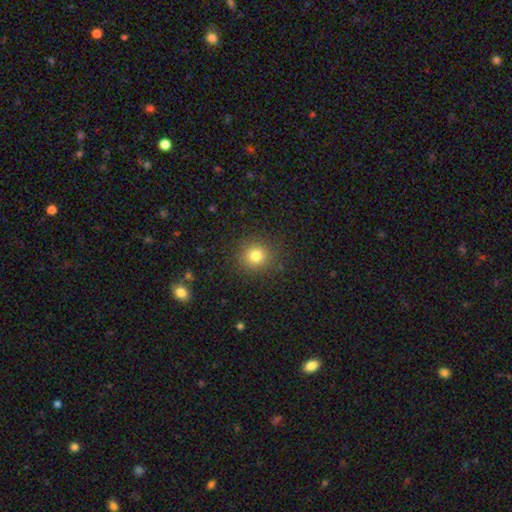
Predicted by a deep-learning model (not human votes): Smooth or featured?
  - smooth: 80% *
  - star or artifact: 14%
  - featured or disk: 6%
How rounded?
  - round: 91% *
  - in between: 8%
  - cigar-shaped: 1%
Merging?
  - none: 89% *
  - minor disturbance: 7%
  - major disturbance: 3%
  - merger: 1%